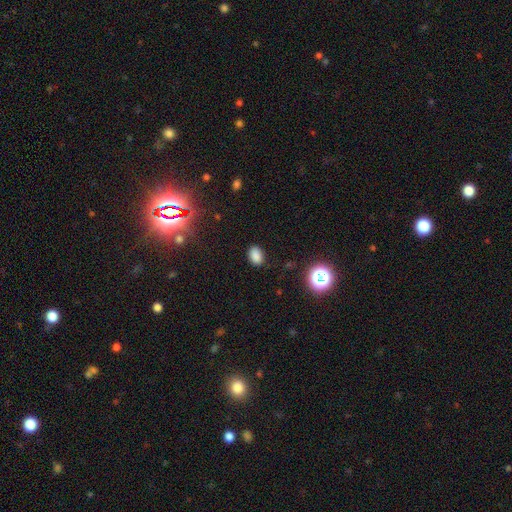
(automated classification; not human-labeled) Morphology: type=smooth (80%); roundness=in between (81%); merging=none (85%).